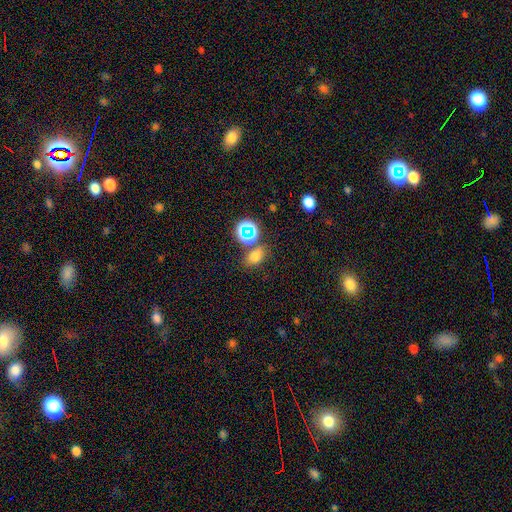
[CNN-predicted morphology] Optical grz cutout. It shows a smooth galaxy with no disk features (67%) that is in between round and cigar-shaped (67%). Merging: none (70%).